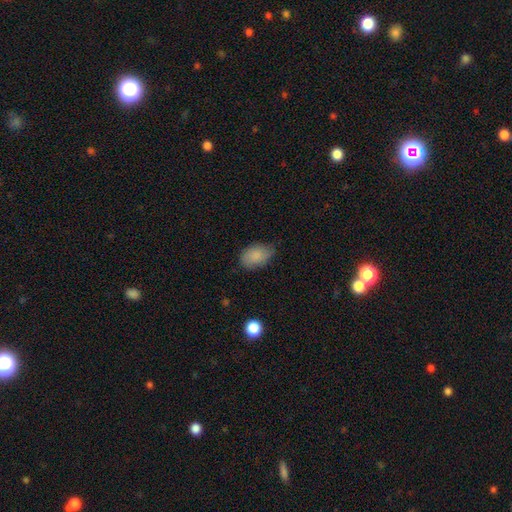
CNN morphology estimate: The model was most divided on "merging": none: 65%, minor disturbance: 28%, major disturbance: 5%, merger: 1%. More confident: how rounded — in between (87%); smooth or featured — smooth (86%).